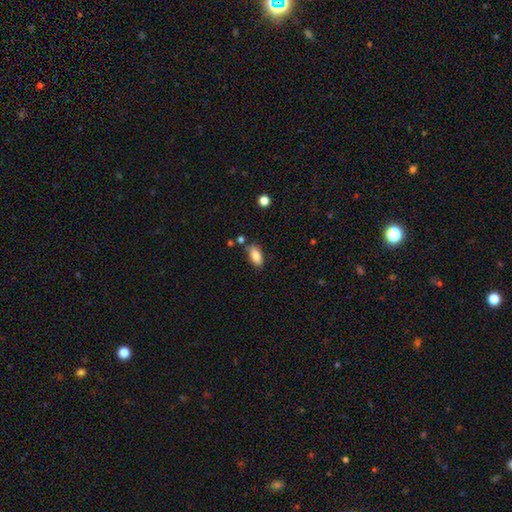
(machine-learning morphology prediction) Q: Smooth or featured?
A: smooth (85%); runner-up: star or artifact (7%)
Q: How rounded?
A: in between (88%); runner-up: cigar-shaped (9%)
Q: Merging?
A: none (75%); runner-up: minor disturbance (15%)